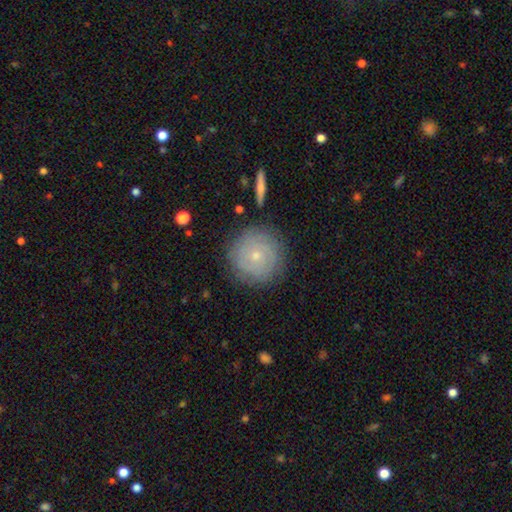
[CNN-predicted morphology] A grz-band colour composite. It shows a featured or disk galaxy (56%) with no bar (86%), spiral arms (79%) and a small central bulge (76%). Merging: none (84%).